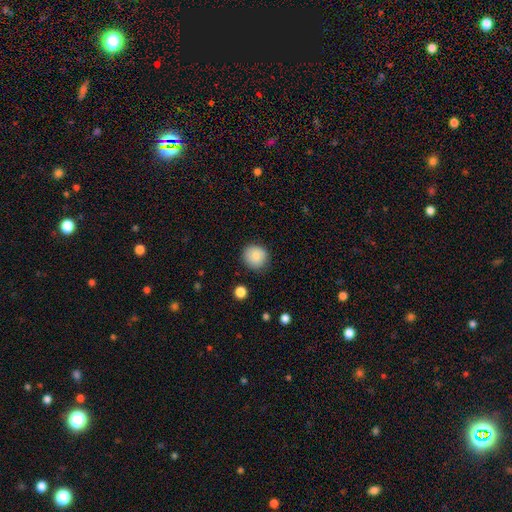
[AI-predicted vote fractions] Smooth or featured? smooth (84%)
How rounded? round (89%)
Merging? none (84%)